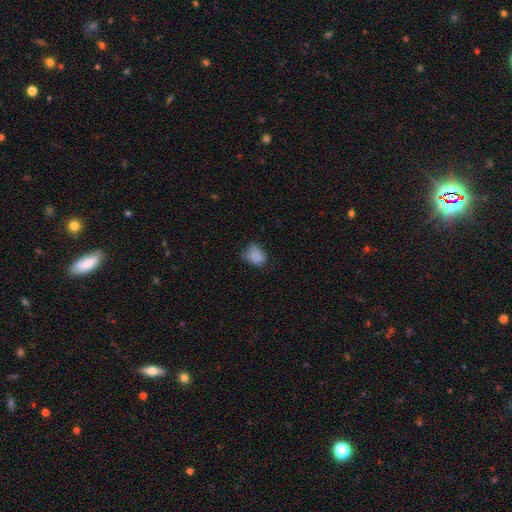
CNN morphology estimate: Smooth or featured? Predicted: smooth (p=0.80). How rounded? Predicted: in between (p=0.67). Merging? Predicted: none (p=0.45).